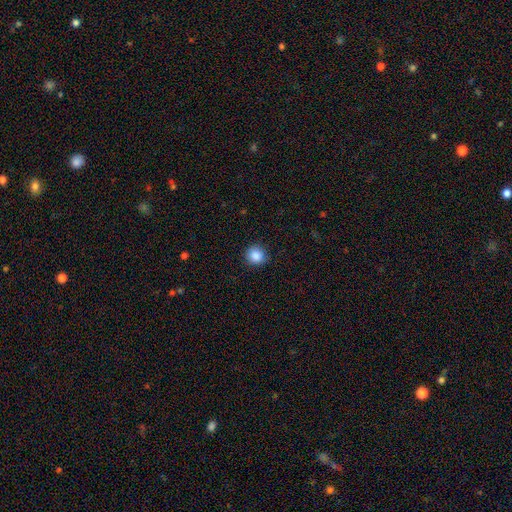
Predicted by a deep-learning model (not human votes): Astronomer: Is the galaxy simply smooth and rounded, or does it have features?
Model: smooth — 87%.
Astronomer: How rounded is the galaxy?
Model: round — 90%.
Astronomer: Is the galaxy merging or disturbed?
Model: none — 85%.